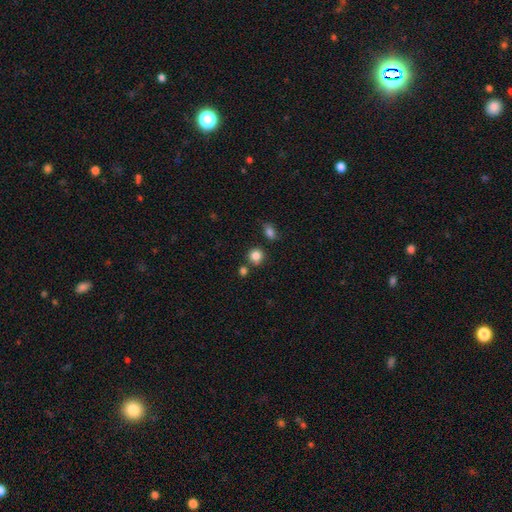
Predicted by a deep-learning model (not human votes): smooth_or_featured: smooth (p=0.84) [alt: star or artifact p=0.11]
how_rounded: round (p=0.86) [alt: in between p=0.13]
merging: none (p=0.76) [alt: minor disturbance p=0.11]